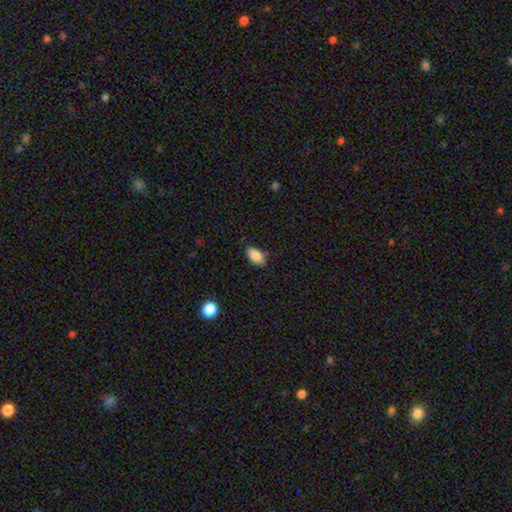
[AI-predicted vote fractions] The model was most divided on "merging": none: 83%, minor disturbance: 14%, major disturbance: 3%, merger: 1%. More confident: how rounded — in between (92%); smooth or featured — smooth (86%).